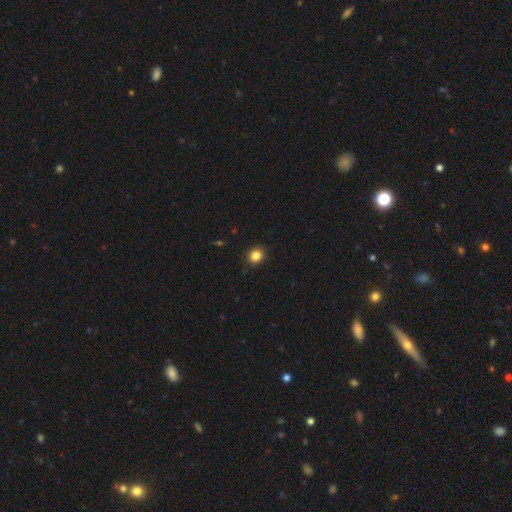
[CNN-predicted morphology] Smooth or featured: smooth — 85% (star or artifact — 11%)
How rounded: round — 71% (in between — 28%)
Merging: none — 90% (minor disturbance — 7%)